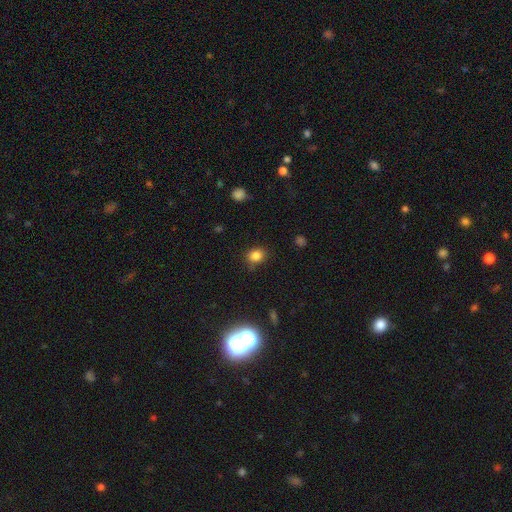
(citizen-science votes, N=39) Smooth or featured: smooth — 90% (star or artifact — 10%)
How rounded: in between — 60% (round — 40%)
Merging: none — 74% (minor disturbance — 17%)